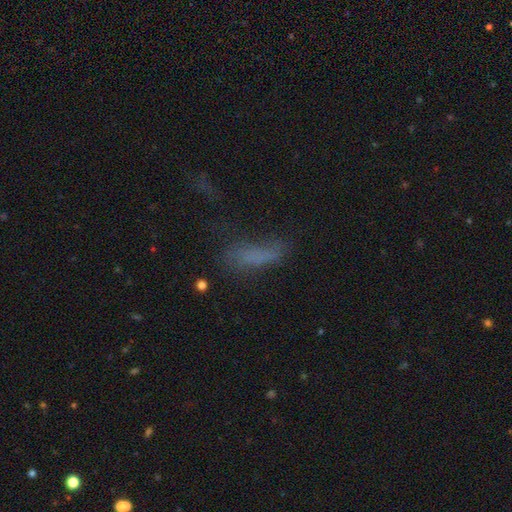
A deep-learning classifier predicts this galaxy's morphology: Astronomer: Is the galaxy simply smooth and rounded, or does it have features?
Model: smooth — 61%.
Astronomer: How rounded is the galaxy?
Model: cigar-shaped — 54% (runner-up: in between, 43%).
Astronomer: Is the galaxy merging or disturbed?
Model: none — 47% (runner-up: major disturbance, 25%).